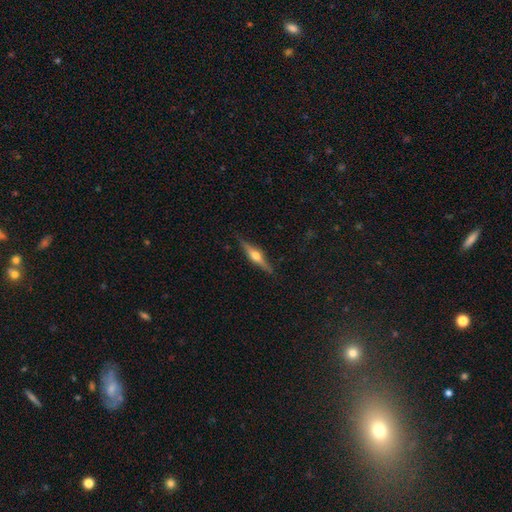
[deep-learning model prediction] featured or disk 73%, smooth 21%, star or artifact 6%. Down the decision tree: edge-on disk — yes (98%); edge-on bulge — rounded (94%); merging — none (88%).